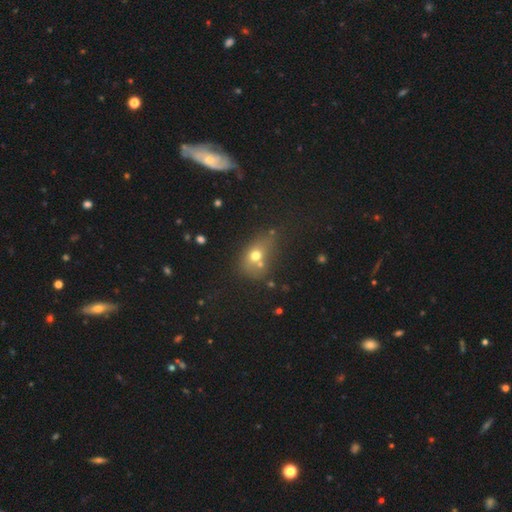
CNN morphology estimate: type=smooth (65%); roundness=in between (55%); merging=none (39%).